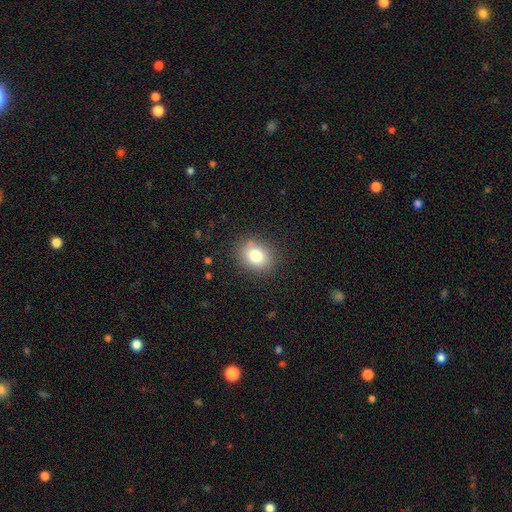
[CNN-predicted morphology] The model was most divided on "how rounded": round: 55%, in between: 44%, cigar-shaped: 1%. More confident: merging — none (84%); smooth or featured — smooth (79%).